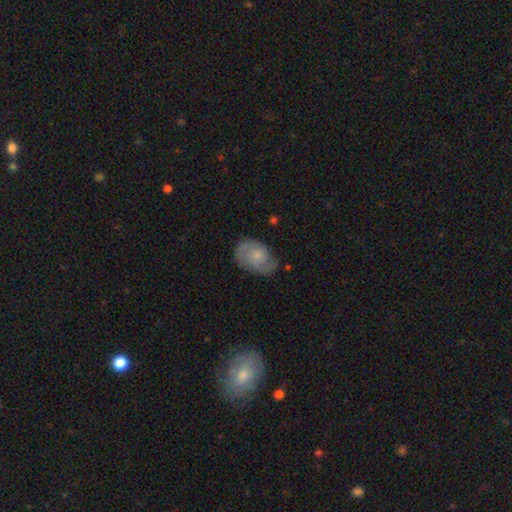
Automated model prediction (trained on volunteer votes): smooth_or_featured: featured or disk (p=0.52) [alt: smooth p=0.41]
disk_edge_on: no (p=0.96) [alt: yes p=0.04]
bar: no (p=0.74) [alt: weak p=0.23]
has_spiral_arms: yes (p=0.85) [alt: no p=0.15]
bulge_size: small (p=0.49) [alt: moderate p=0.28]
merging: none (p=0.66) [alt: minor disturbance p=0.24]